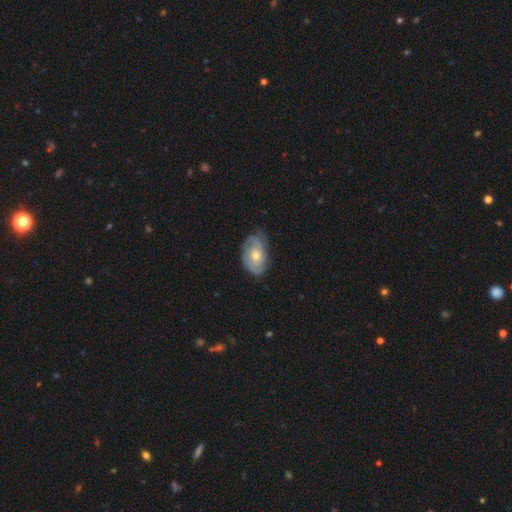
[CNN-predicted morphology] smooth-or-featured: featured or disk: 60% | smooth: 33% | star or artifact: 7%
  disk-edge-on: no: 93% | yes: 7%
    bar: no: 78% | weak: 19% | strong: 4%
    has-spiral-arms: yes: 76% | no: 24%
    bulge-size: moderate: 60% | small: 36% | large: 2% | none: 1% | dominant: 1%
  merging: none: 66% | minor disturbance: 27% | major disturbance: 6% | merger: 1%